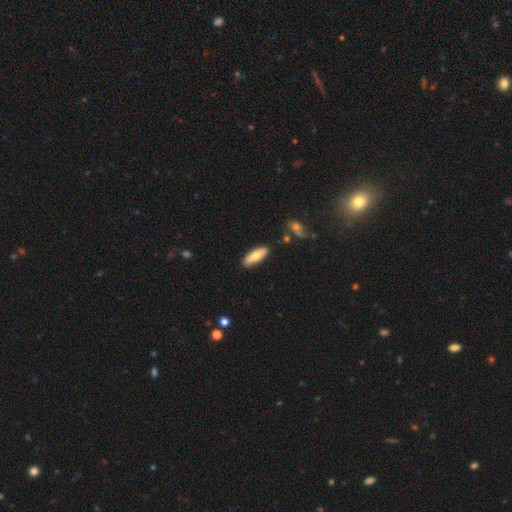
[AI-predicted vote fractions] This appears to be a smooth galaxy with no disk features (74%) that is in between round and cigar-shaped (59%). Merging: none (86%).